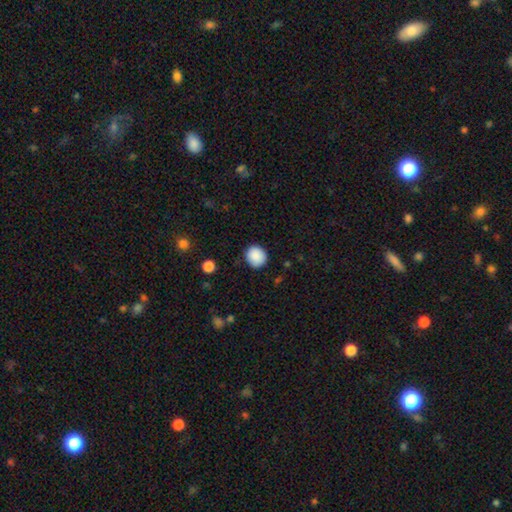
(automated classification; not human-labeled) Q: Smooth or featured?
A: smooth (89%); runner-up: star or artifact (8%)
Q: How rounded?
A: round (89%); runner-up: in between (10%)
Q: Merging?
A: none (88%); runner-up: minor disturbance (9%)